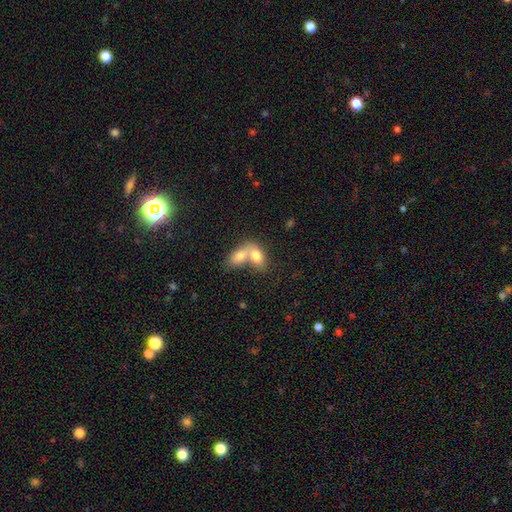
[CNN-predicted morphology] A smooth galaxy with no disk features (76%) that is in between round and cigar-shaped (85%). Merging: merger (73%).